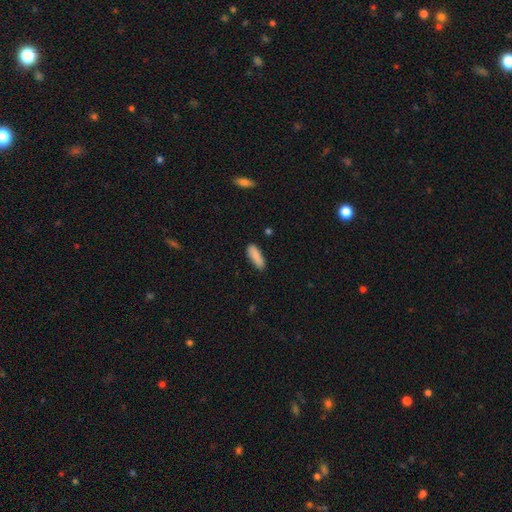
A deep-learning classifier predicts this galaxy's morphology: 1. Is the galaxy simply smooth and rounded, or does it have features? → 87% smooth, 7% featured or disk, 6% star or artifact.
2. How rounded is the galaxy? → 57% in between, 42% cigar-shaped, 2% round.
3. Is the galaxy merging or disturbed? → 83% none, 13% minor disturbance, 2% major disturbance, 2% merger.